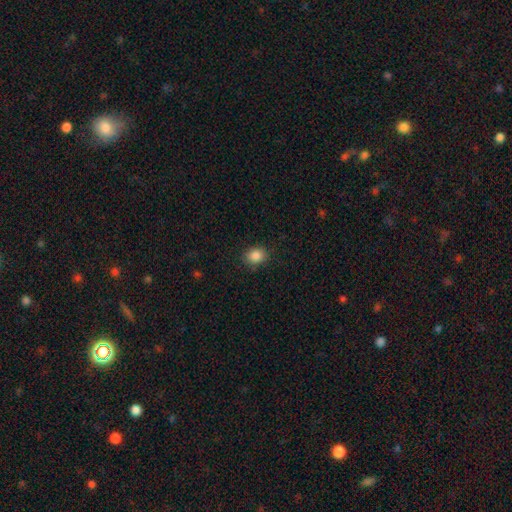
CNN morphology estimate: Smooth or featured? Predicted: smooth (p=0.86). How rounded? Predicted: round (p=0.52). Merging? Predicted: none (p=0.85).